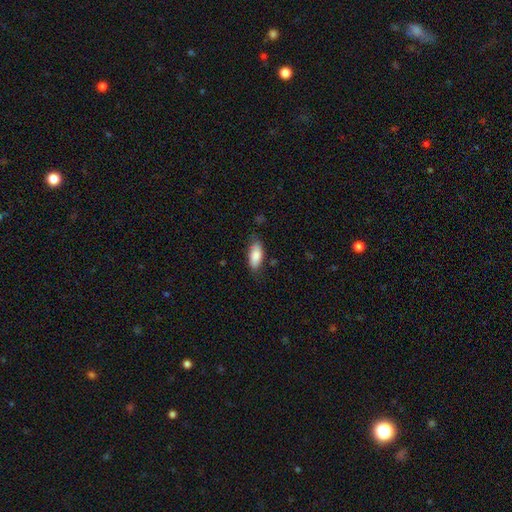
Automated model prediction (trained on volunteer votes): Smooth or featured? smooth (83%)
How rounded? in between (85%)
Merging? none (71%)